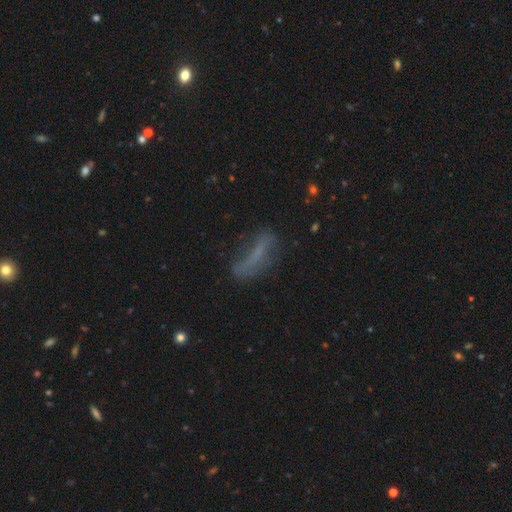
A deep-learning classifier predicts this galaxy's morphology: A smooth galaxy with no disk features (48%). Merging: none (50%).